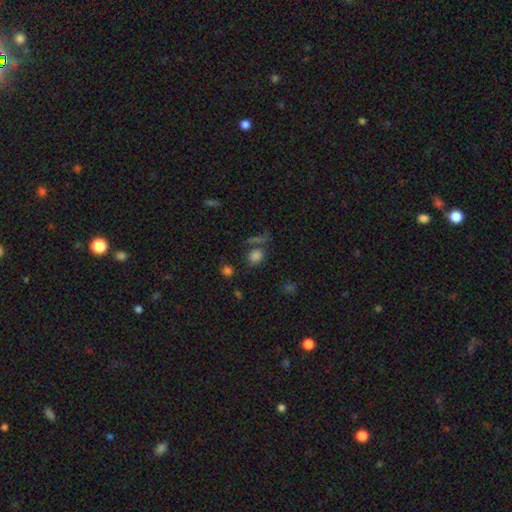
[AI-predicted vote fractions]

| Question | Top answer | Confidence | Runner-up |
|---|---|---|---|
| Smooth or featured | smooth | 76% | star or artifact (17%) |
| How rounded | round | 57% | in between (41%) |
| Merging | none | 66% | merger (15%) |